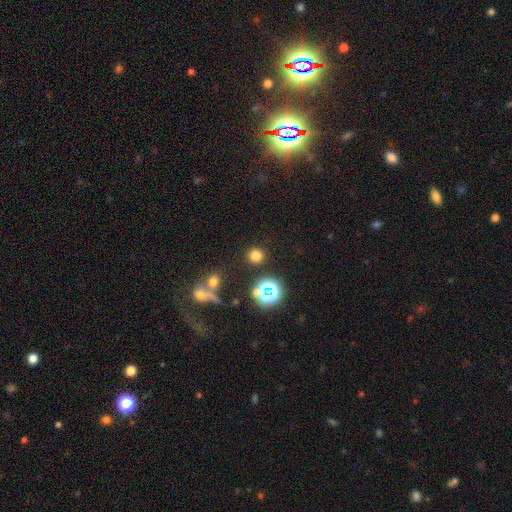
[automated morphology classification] Overall: smooth (73%). How rounded: round (92%). Merging: none (87%).